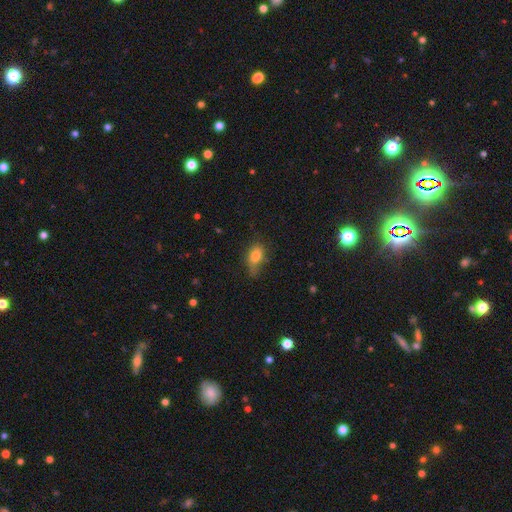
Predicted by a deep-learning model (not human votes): A smooth galaxy with no disk features (80%) that is in between round and cigar-shaped (81%).

Vote fractions:
- Smooth or featured? smooth: 80% / featured or disk: 11% / star or artifact: 10%
- How rounded? in between: 81% / round: 15% / cigar-shaped: 4%
- Merging? none: 55% / minor disturbance: 33% / major disturbance: 10% / merger: 2%